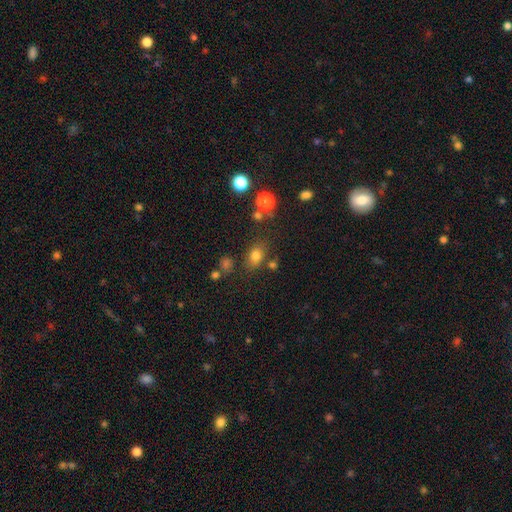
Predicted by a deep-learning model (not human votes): smooth 75%, star or artifact 16%, featured or disk 9%. Down the decision tree: how rounded — in between (67%); merging — none (71%).